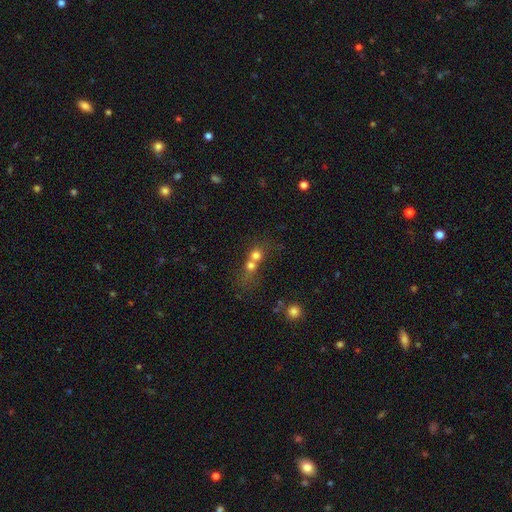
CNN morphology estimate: Smooth or featured?
  - smooth: 68% *
  - featured or disk: 17%
  - star or artifact: 16%
How rounded?
  - round: 78% *
  - in between: 20%
  - cigar-shaped: 2%
Merging?
  - merger: 65% *
  - none: 25%
  - minor disturbance: 5%
  - major disturbance: 4%